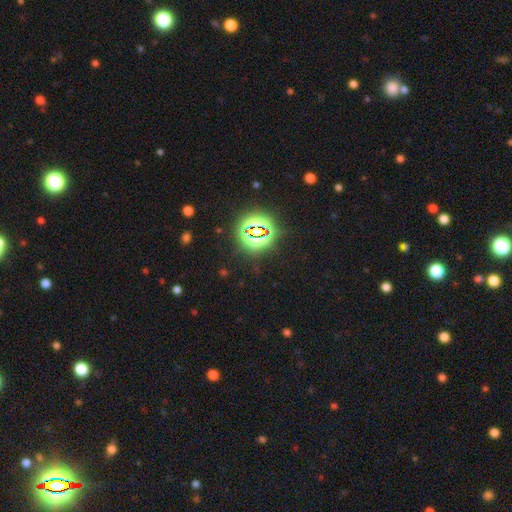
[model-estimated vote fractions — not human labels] Morphology: type=star or artifact (82%).